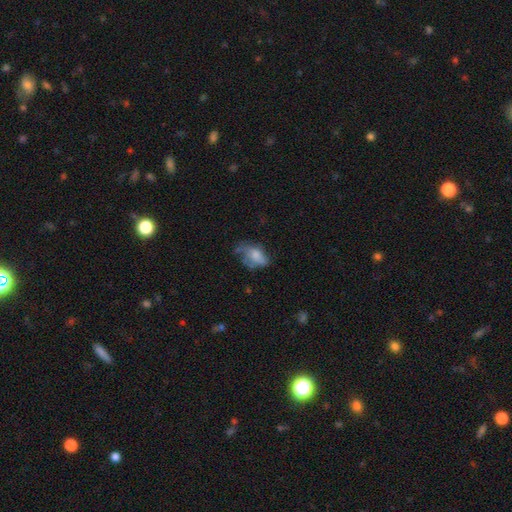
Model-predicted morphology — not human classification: Smooth or featured: smooth — 55% (featured or disk — 35%)
How rounded: in between — 85% (round — 12%)
Merging: major disturbance — 38% (none — 31%)